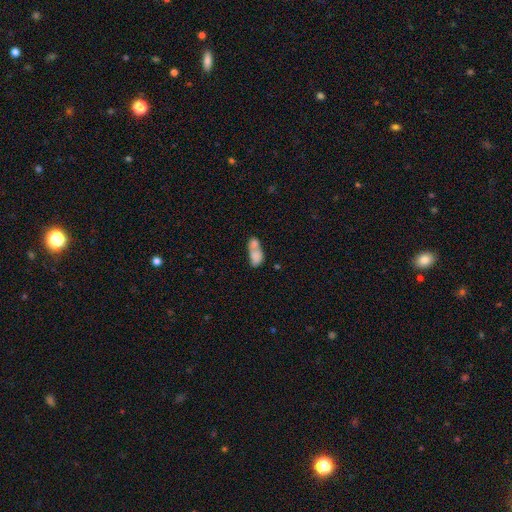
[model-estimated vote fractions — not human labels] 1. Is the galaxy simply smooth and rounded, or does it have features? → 76% smooth, 16% featured or disk, 8% star or artifact.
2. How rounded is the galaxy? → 80% in between, 15% round, 5% cigar-shaped.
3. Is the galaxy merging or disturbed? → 72% merger, 16% none, 7% minor disturbance, 5% major disturbance.